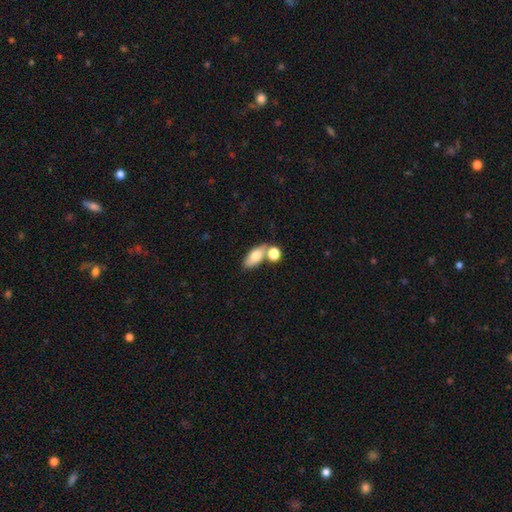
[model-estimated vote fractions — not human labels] The model was most divided on "merging": none: 54%, merger: 30%, minor disturbance: 11%, major disturbance: 4%. More confident: how rounded — in between (83%); smooth or featured — smooth (74%).